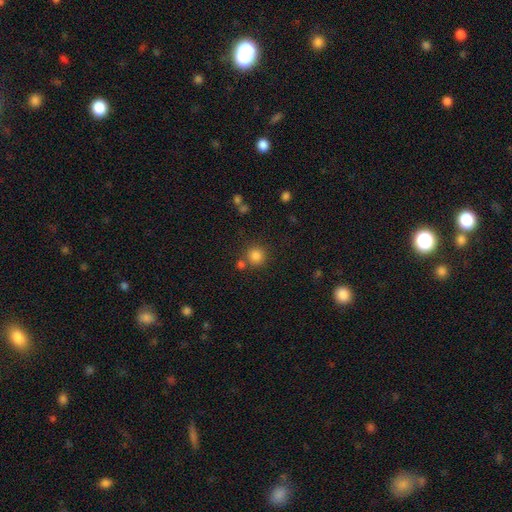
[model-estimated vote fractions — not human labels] A smooth galaxy with no disk features (83%) that is round (93%). Merging: none (75%).